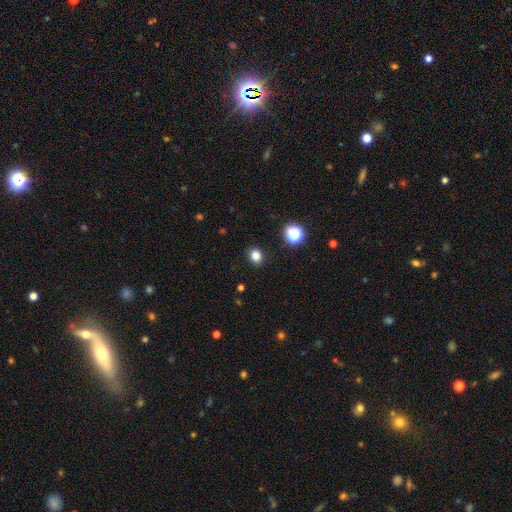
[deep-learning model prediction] smooth_or_featured: smooth (p=0.82) [alt: star or artifact p=0.14]
how_rounded: round (p=0.66) [alt: in between p=0.33]
merging: none (p=0.89) [alt: minor disturbance p=0.07]